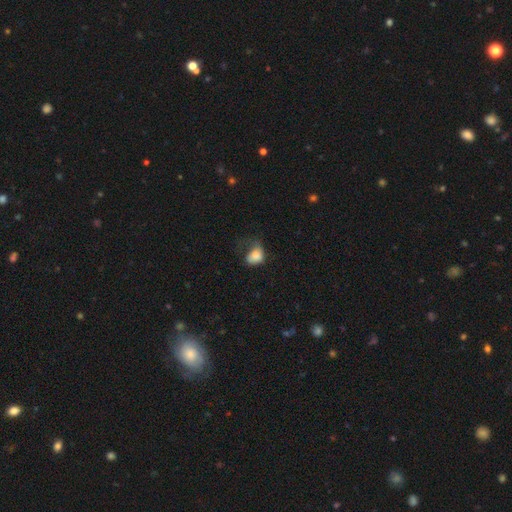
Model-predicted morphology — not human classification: Overall: smooth (79%). How rounded: in between (66%; round 33%). Merging: major disturbance (46%; minor disturbance 27%).